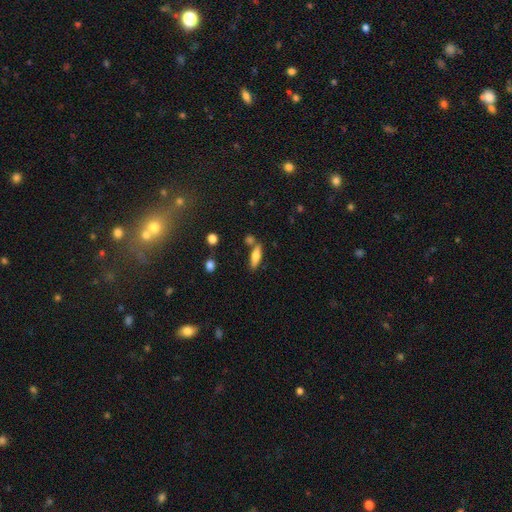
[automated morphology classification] The model was most divided on "how rounded" (2-way tie): cigar-shaped: 49%, in between: 49%, round: 3%. More confident: merging — none (70%); smooth or featured — smooth (70%).